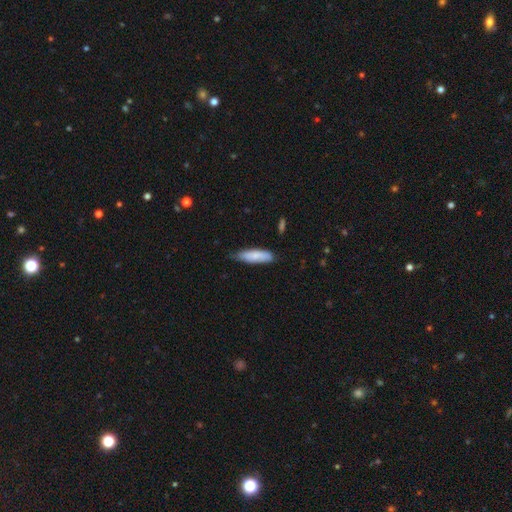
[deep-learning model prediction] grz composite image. It shows a smooth galaxy with no disk features (78%) that is cigar-shaped (52%). Merging: none (62%).